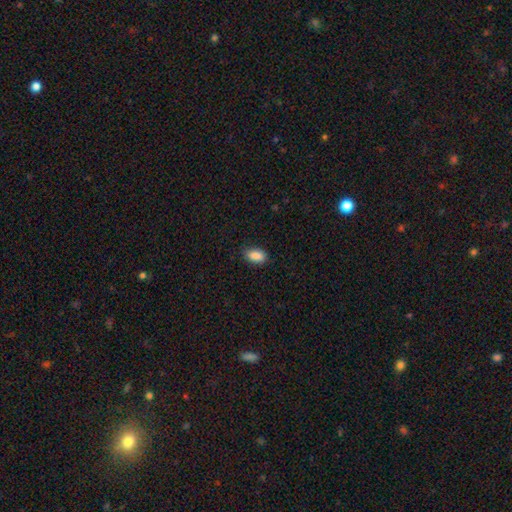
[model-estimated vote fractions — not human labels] Morphology: type=smooth (88%); roundness=in between (92%); merging=none (87%).